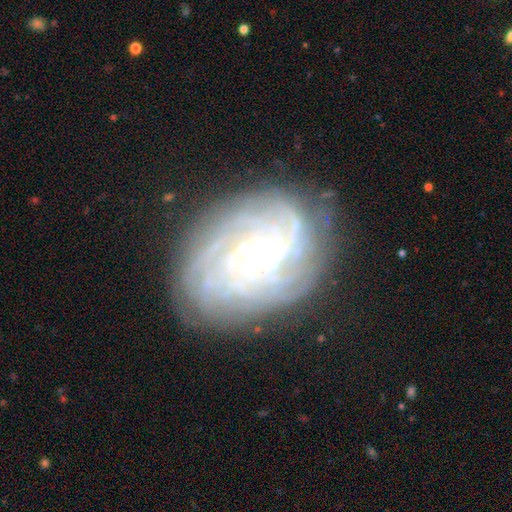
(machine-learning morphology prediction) type=featured or disk (85%); edge-on=no (97%); bar=no (71%); spiral arms=yes (97%); winding=tight (79%); arm count=more than 4 (30%); bulge=small (71%); merging=none (82%).